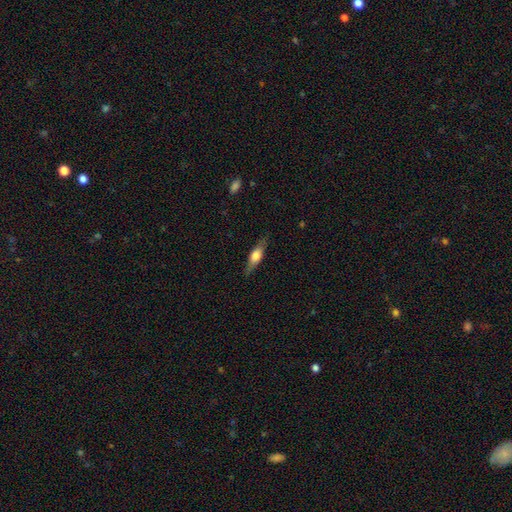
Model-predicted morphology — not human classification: A featured or disk galaxy (47%). Merging: none (83%).